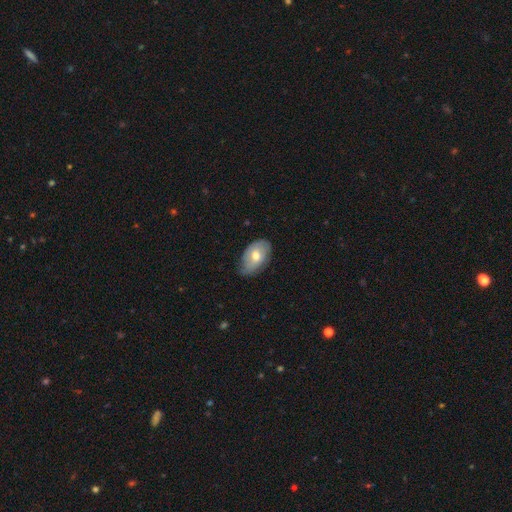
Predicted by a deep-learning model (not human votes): A smooth galaxy with no disk features (61%) that is in between round and cigar-shaped (90%).

Vote fractions:
- Smooth or featured? smooth: 61% / featured or disk: 33% / star or artifact: 6%
- How rounded? in between: 90% / round: 8% / cigar-shaped: 1%
- Merging? none: 61% / minor disturbance: 32% / major disturbance: 6% / merger: 1%